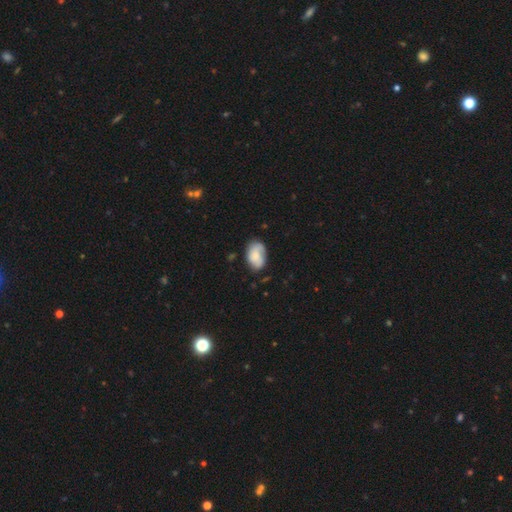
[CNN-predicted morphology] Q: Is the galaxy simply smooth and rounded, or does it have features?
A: smooth — 69%.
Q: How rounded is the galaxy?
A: in between — 88%.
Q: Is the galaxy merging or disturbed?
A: none — 61%.